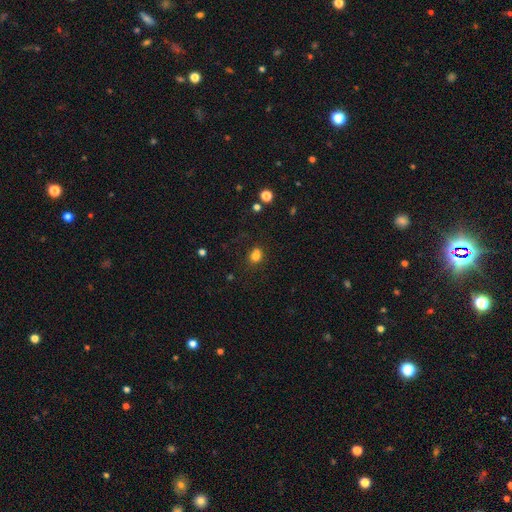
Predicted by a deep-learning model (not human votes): Morphology: type=smooth (78%); roundness=round (65%); merging=none (61%).